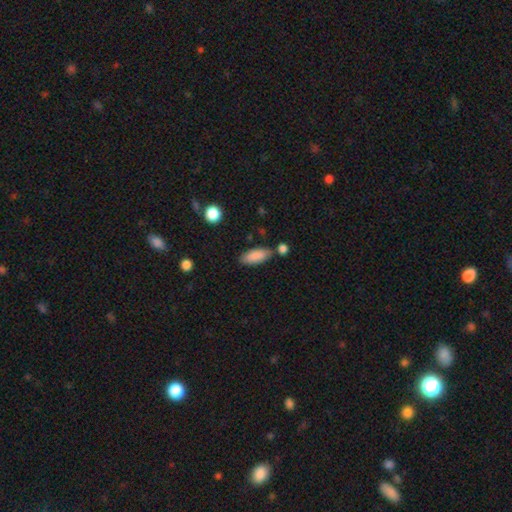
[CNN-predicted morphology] A smooth galaxy with no disk features (87%) that is in between round and cigar-shaped (77%). Merging: none (74%).